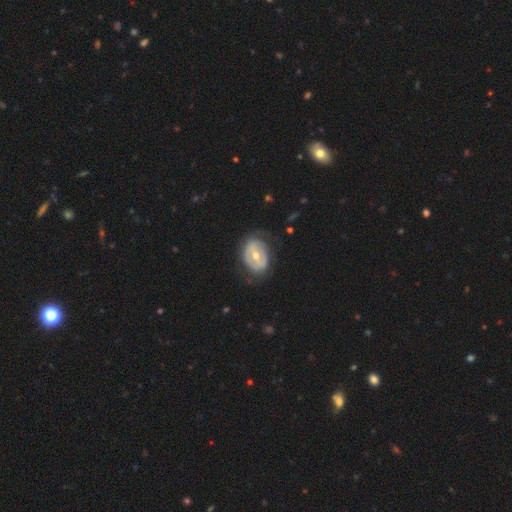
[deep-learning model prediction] Overall: featured or disk (64%; smooth 31%). Edge-on disk: no (95%). Bar: weak (39%; no 33%). Spiral arms: no (63%; yes 37%). Bulge size: moderate (69%). Merging: none (66%).